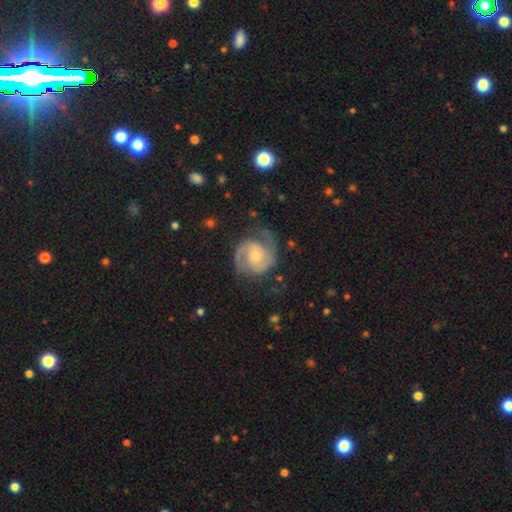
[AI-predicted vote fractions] Q: Smooth or featured?
A: featured or disk (88%); runner-up: smooth (7%)
Q: Edge-on disk?
A: no (98%); runner-up: yes (2%)
Q: Bar?
A: no (62%); runner-up: weak (31%)
Q: Spiral arms?
A: yes (98%); runner-up: no (2%)
Q: Spiral winding?
A: medium (49%); runner-up: tight (38%)
Q: Spiral arm count?
A: 2 (91%); runner-up: can't tell (3%)
Q: Bulge size?
A: small (50%); runner-up: moderate (44%)
Q: Merging?
A: none (74%); runner-up: minor disturbance (16%)